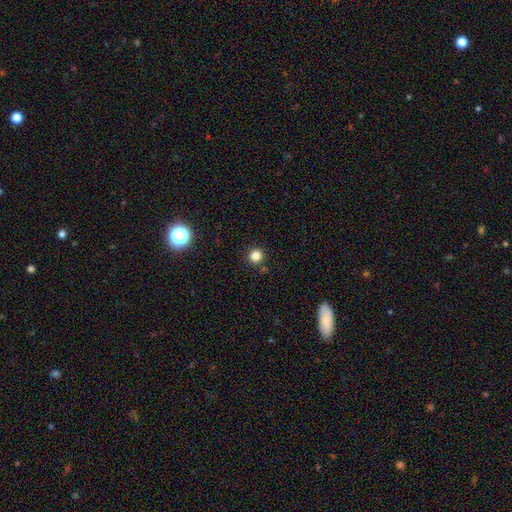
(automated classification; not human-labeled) Smooth or featured?
  - smooth: 82% *
  - star or artifact: 14%
  - featured or disk: 4%
How rounded?
  - round: 94% *
  - in between: 5%
  - cigar-shaped: 1%
Merging?
  - none: 88% *
  - minor disturbance: 6%
  - merger: 4%
  - major disturbance: 2%